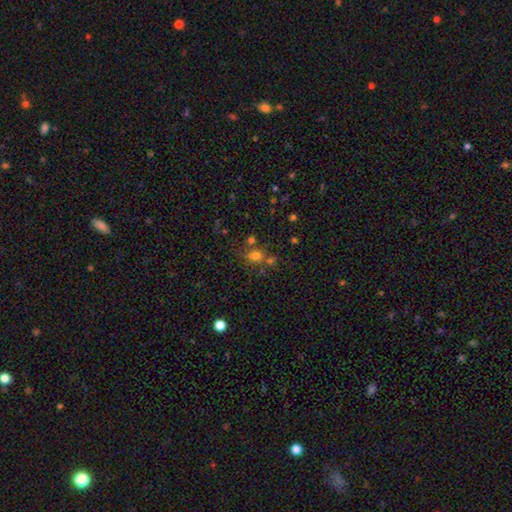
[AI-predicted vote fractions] smooth-or-featured: smooth: 71% | star or artifact: 20% | featured or disk: 9%
  how-rounded: round: 81% | in between: 18% | cigar-shaped: 1%
  merging: none: 63% | merger: 19% | minor disturbance: 12% | major disturbance: 5%